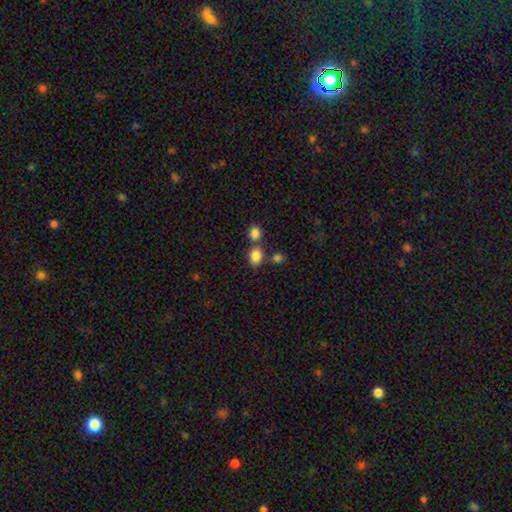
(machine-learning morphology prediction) Smooth or featured: smooth — 84% (star or artifact — 11%)
How rounded: in between — 56% (round — 43%)
Merging: none — 59% (merger — 27%)